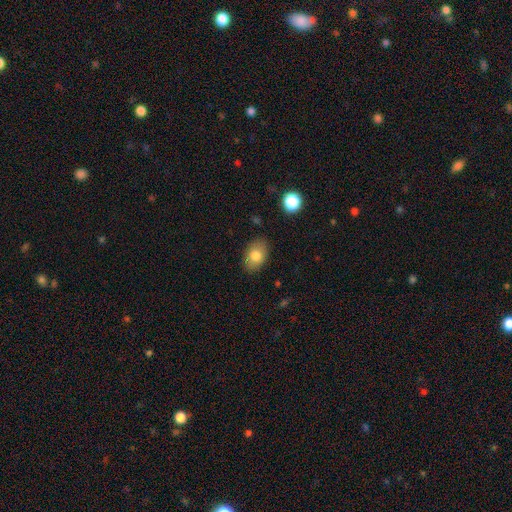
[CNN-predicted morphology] Smooth or featured: smooth — 80% (featured or disk — 12%)
How rounded: in between — 85% (round — 14%)
Merging: none — 85% (minor disturbance — 11%)